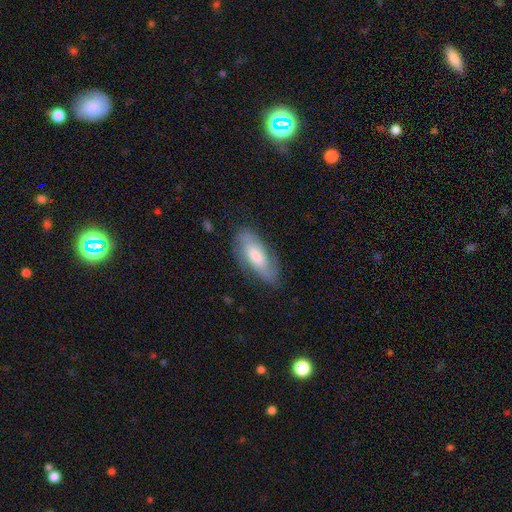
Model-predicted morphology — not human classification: This is possibly a smooth galaxy (51%). How rounded: likely in between (77%). Merging: likely none (77%).